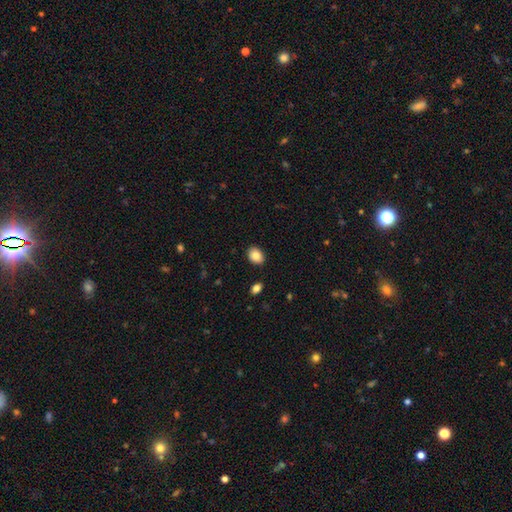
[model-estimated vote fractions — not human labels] smooth-or-featured: smooth: 87% | star or artifact: 8% | featured or disk: 5%
  how-rounded: in between: 71% | round: 28% | cigar-shaped: 1%
  merging: none: 87% | minor disturbance: 9% | major disturbance: 2% | merger: 2%